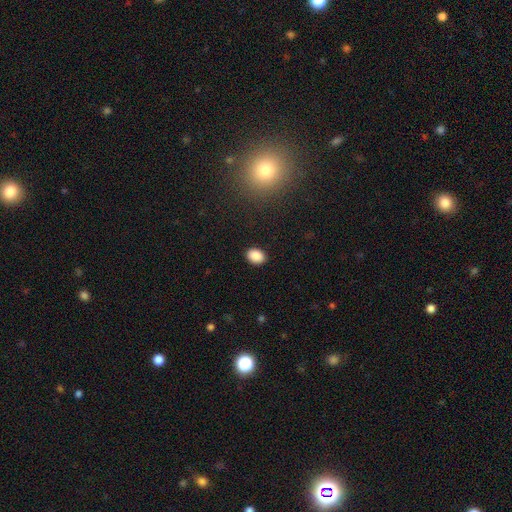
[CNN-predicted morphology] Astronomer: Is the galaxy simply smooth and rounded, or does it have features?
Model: smooth — 88%.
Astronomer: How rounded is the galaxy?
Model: in between — 70%.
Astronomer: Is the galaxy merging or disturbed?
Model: none — 90%.